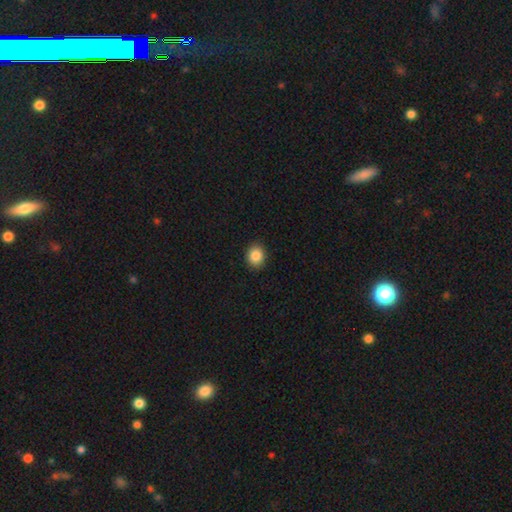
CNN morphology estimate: smooth-or-featured: smooth: 86% | star or artifact: 9% | featured or disk: 5%
  how-rounded: round: 67% | in between: 32% | cigar-shaped: 1%
  merging: none: 91% | minor disturbance: 7% | major disturbance: 2% | merger: 1%